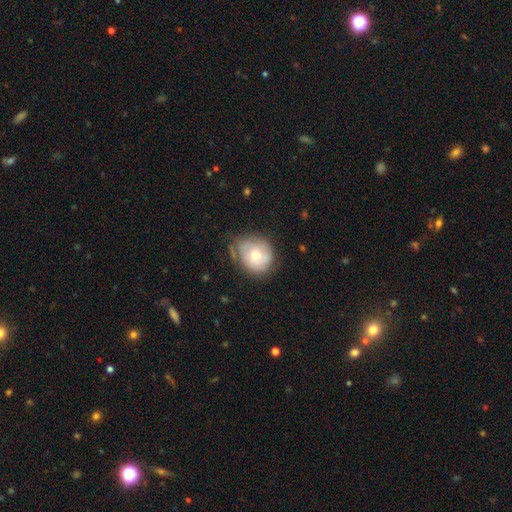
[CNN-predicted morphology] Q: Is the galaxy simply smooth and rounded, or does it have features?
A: smooth — 56%.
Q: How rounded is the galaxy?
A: round — 69%.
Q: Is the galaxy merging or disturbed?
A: none — 58%.